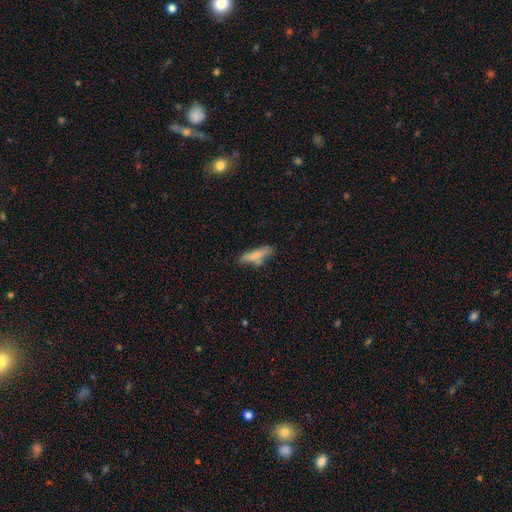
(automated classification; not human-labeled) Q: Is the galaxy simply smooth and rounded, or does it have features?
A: smooth — 72%.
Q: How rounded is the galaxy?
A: cigar-shaped — 74%.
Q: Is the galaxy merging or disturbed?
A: none — 68%.